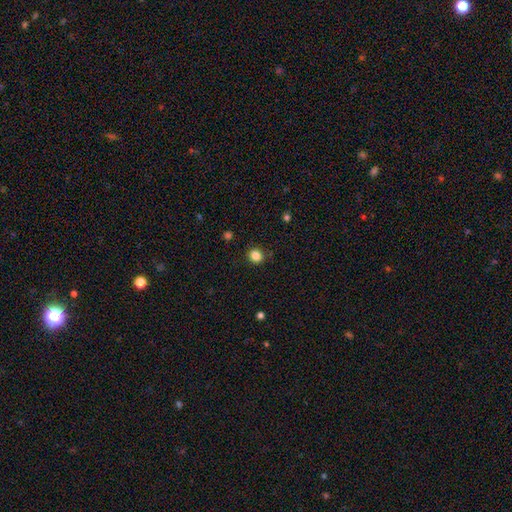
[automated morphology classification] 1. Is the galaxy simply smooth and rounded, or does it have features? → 84% smooth, 12% star or artifact, 4% featured or disk.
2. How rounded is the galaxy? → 88% round, 11% in between, 1% cigar-shaped.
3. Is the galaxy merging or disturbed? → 89% none, 8% minor disturbance, 2% major disturbance, 1% merger.